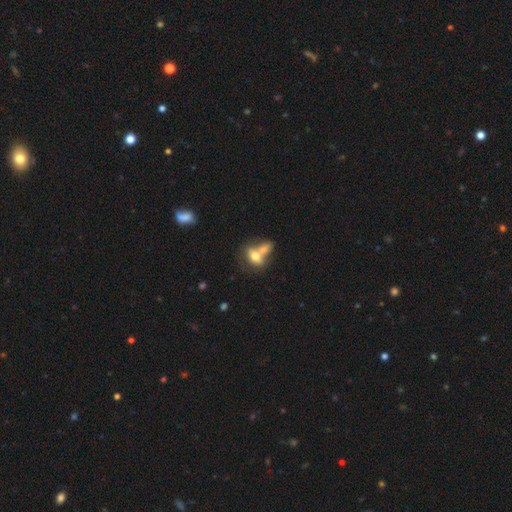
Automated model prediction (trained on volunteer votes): A smooth galaxy with no disk features (71%) that is in between round and cigar-shaped (79%). Merging: merger (59%).